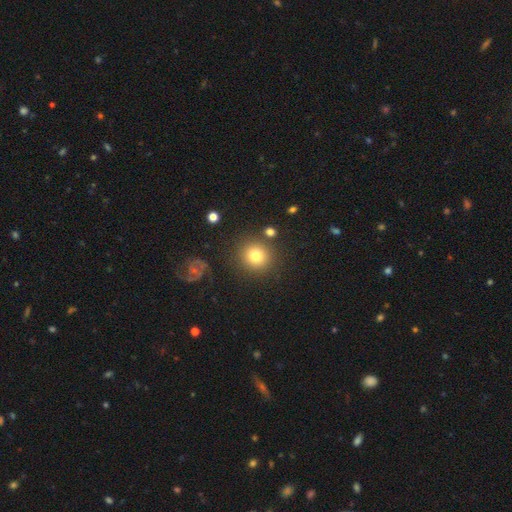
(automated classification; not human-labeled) Smooth or featured?
  - smooth: 80% *
  - star or artifact: 11%
  - featured or disk: 9%
How rounded?
  - round: 90% *
  - in between: 9%
  - cigar-shaped: 1%
Merging?
  - none: 85% *
  - minor disturbance: 8%
  - merger: 4%
  - major disturbance: 3%